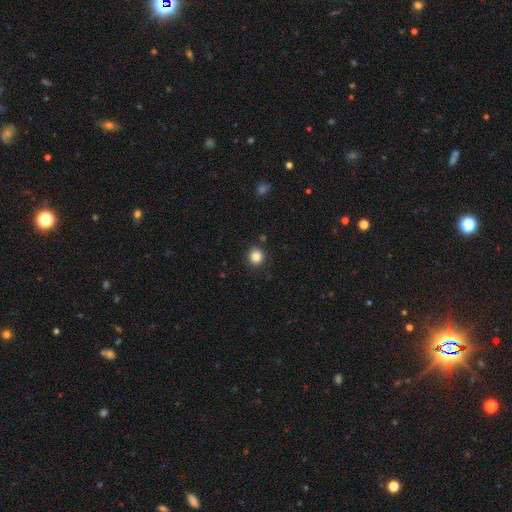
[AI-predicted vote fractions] smooth-or-featured: smooth: 85% | star or artifact: 11% | featured or disk: 4%
  how-rounded: round: 92% | in between: 7% | cigar-shaped: 1%
  merging: none: 88% | minor disturbance: 8% | major disturbance: 2% | merger: 2%